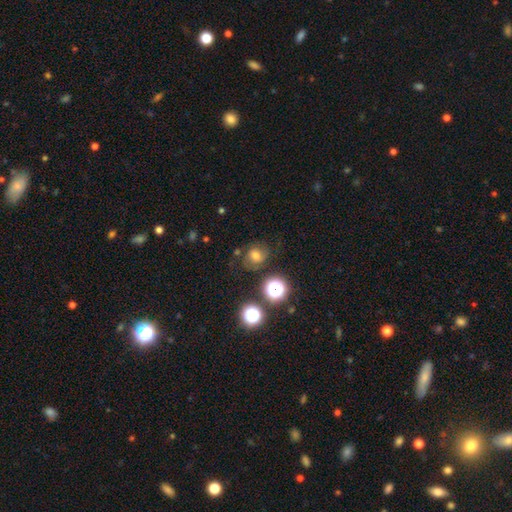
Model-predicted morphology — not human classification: A smooth galaxy with no disk features (59%) that is round (72%). Merging: none (70%).